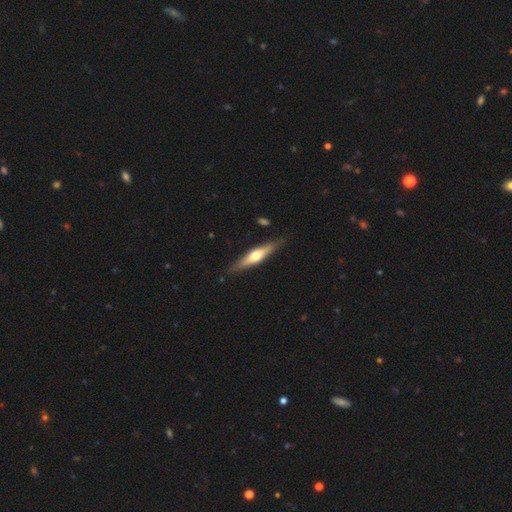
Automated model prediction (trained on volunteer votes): Smooth or featured: featured or disk — 57% (smooth — 38%)
Edge-on disk: yes — 93% (no — 7%)
Edge-on bulge: rounded — 91% (boxy — 5%)
Merging: none — 85% (minor disturbance — 11%)